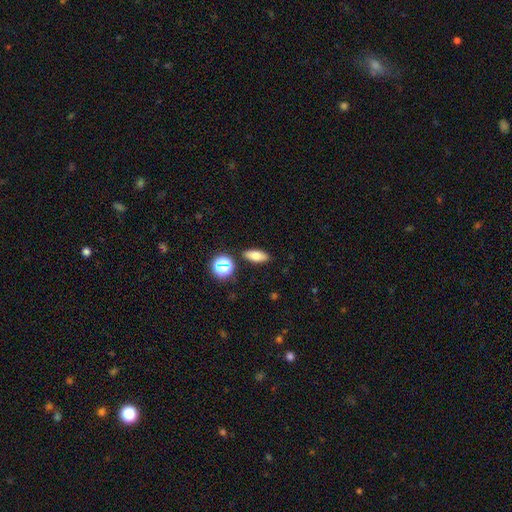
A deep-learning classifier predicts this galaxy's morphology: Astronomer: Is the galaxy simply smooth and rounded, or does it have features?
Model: smooth — 72%.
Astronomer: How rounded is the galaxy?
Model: in between — 76%.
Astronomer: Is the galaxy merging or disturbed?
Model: none — 86%.